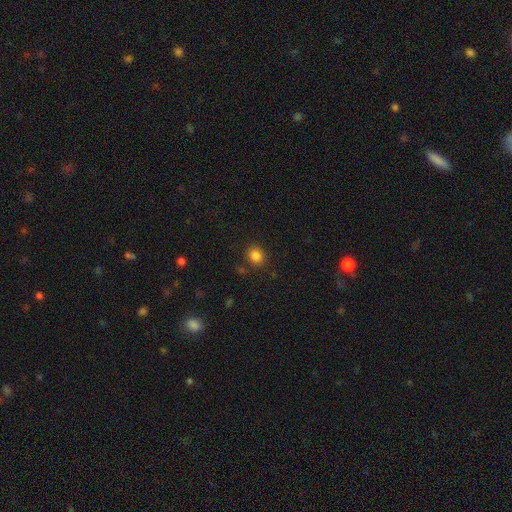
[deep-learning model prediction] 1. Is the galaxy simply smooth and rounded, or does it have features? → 84% smooth, 12% star or artifact, 4% featured or disk.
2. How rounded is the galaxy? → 77% round, 23% in between, 1% cigar-shaped.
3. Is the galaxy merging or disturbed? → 83% none, 10% minor disturbance, 3% merger, 3% major disturbance.